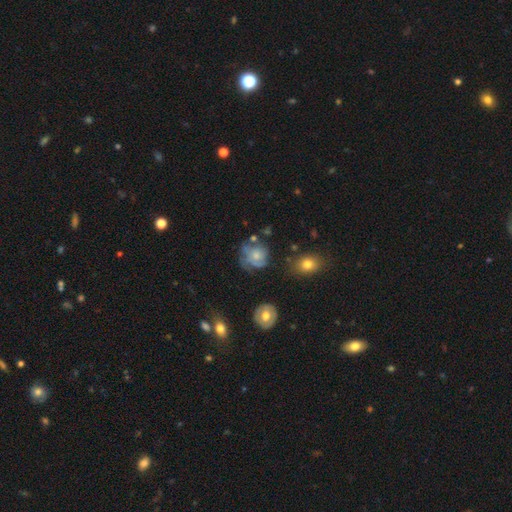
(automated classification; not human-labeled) Smooth or featured? Predicted: featured or disk (p=0.47). Merging? Predicted: none (p=0.47).